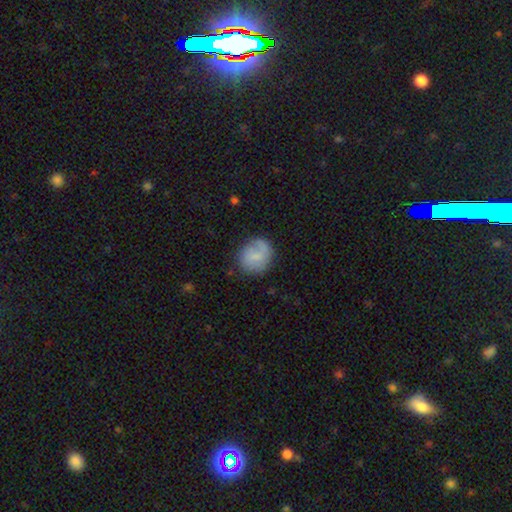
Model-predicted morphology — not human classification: smooth 69%, featured or disk 24%, star or artifact 7%. Down the decision tree: how rounded — round (78%); merging — none (70%).